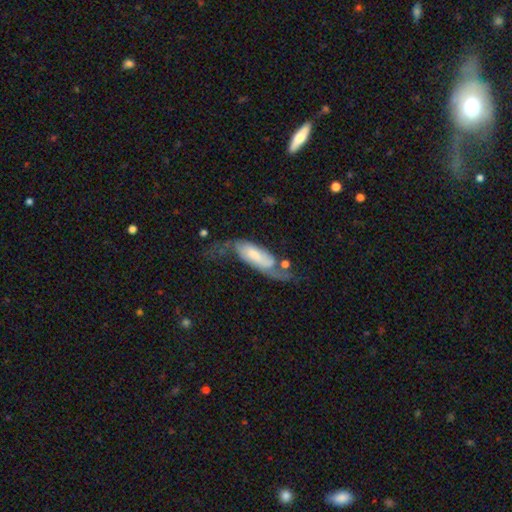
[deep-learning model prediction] Q: Smooth or featured?
A: featured or disk (64%); runner-up: smooth (29%)
Q: Edge-on disk?
A: no (87%); runner-up: yes (13%)
Q: Bar?
A: no (46%); runner-up: weak (36%)
Q: Spiral arms?
A: yes (88%); runner-up: no (12%)
Q: Bulge size?
A: small (31%); runner-up: moderate (30%)
Q: Merging?
A: major disturbance (35%); runner-up: none (34%)